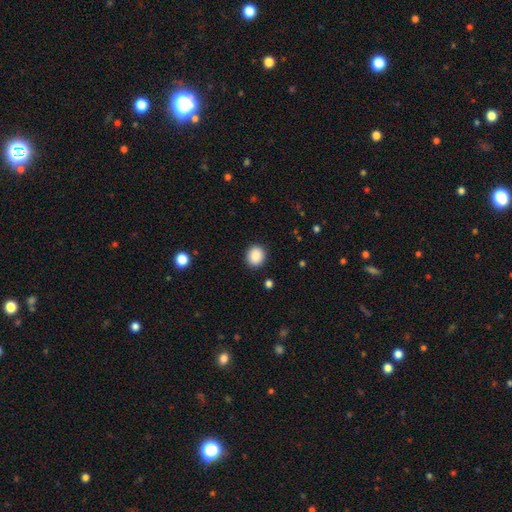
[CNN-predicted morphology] Smooth or featured? smooth (89%)
How rounded? round (79%)
Merging? none (91%)